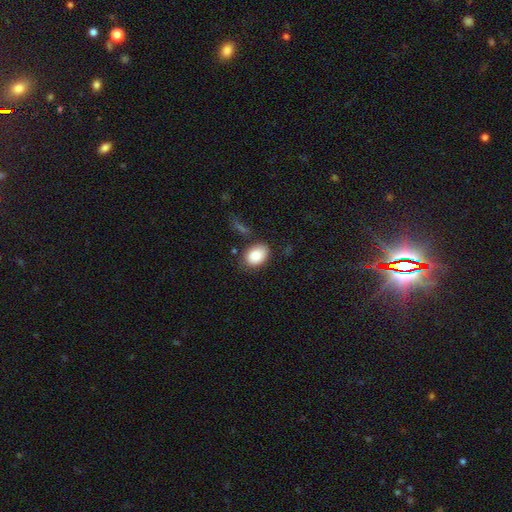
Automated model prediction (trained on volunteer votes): Morphology: type=smooth (82%); roundness=in between (78%); merging=none (74%).